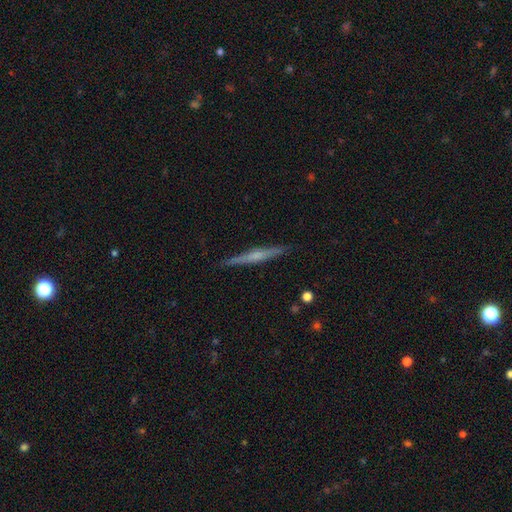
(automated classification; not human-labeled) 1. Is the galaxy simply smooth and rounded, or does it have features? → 66% featured or disk, 28% smooth, 6% star or artifact.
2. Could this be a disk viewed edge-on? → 98% yes, 2% no.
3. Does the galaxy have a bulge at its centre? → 59% rounded, 29% none, 12% boxy.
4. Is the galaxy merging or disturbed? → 90% none, 7% minor disturbance, 1% major disturbance, 1% merger.